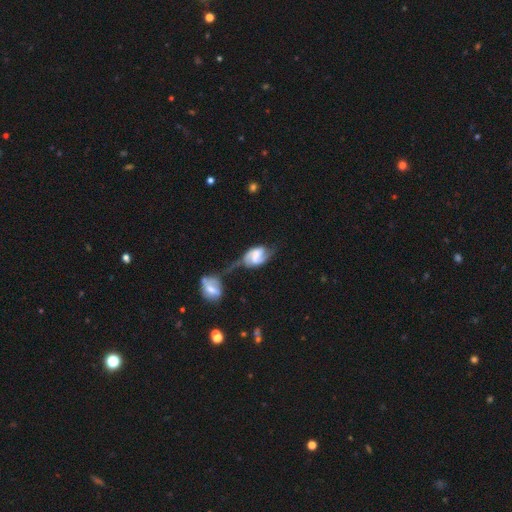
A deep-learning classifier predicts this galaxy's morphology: Smooth or featured? featured or disk (80%)
Edge-on disk? no (97%)
Bar? weak (46%)
Spiral arms? yes (94%)
Spiral winding? medium (45%)
Spiral arm count? 2 (87%)
Bulge size? none (35%)
Merging? merger (35%)